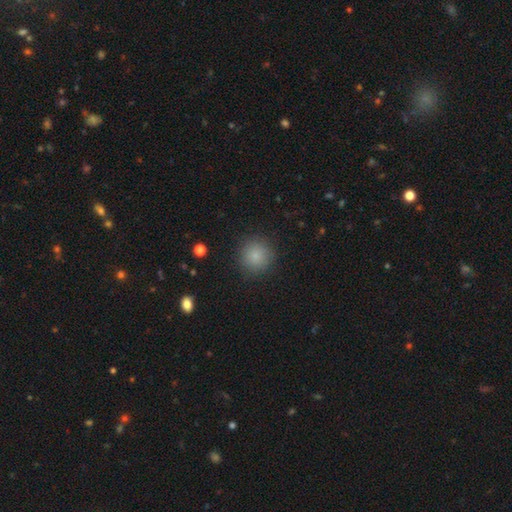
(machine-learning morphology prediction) Smooth or featured: smooth — 85% (star or artifact — 11%)
How rounded: round — 94% (in between — 5%)
Merging: none — 89% (minor disturbance — 7%)